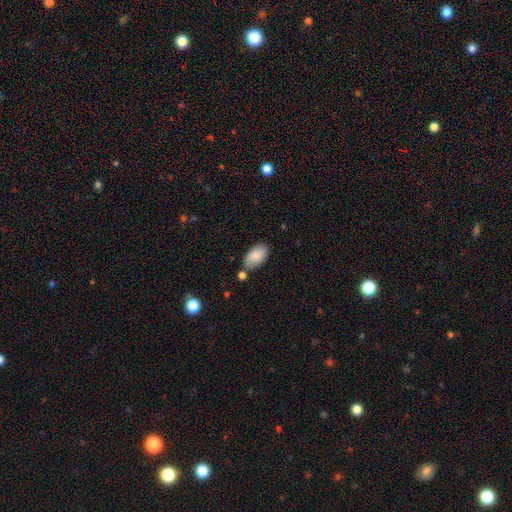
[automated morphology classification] A smooth galaxy with no disk features (83%) that is in between round and cigar-shaped (95%).

Vote fractions:
- Smooth or featured? smooth: 83% / featured or disk: 10% / star or artifact: 7%
- How rounded? in between: 95% / round: 3% / cigar-shaped: 2%
- Merging? none: 73% / minor disturbance: 16% / merger: 8% / major disturbance: 3%